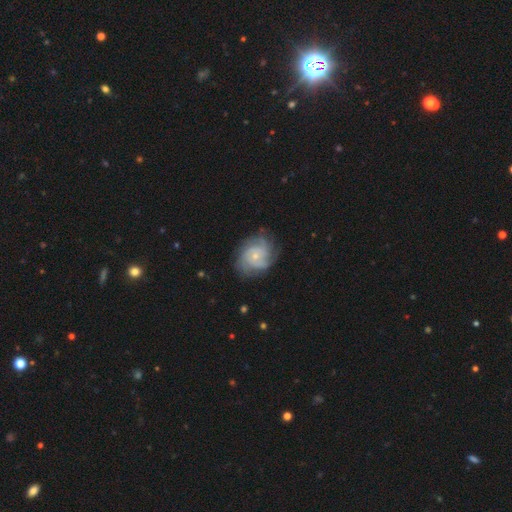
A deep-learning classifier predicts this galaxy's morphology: This is clearly a featured or disk galaxy (80%). It is clearly not viewed edge-on (98%). Bar: likely no (77%). Spiral arm pattern: clearly yes (95%). Spiral arm count: marginally can't tell (26%). Spiral winding: possibly tight (56%). Central bulge: likely small (72%). Merging: likely none (74%).